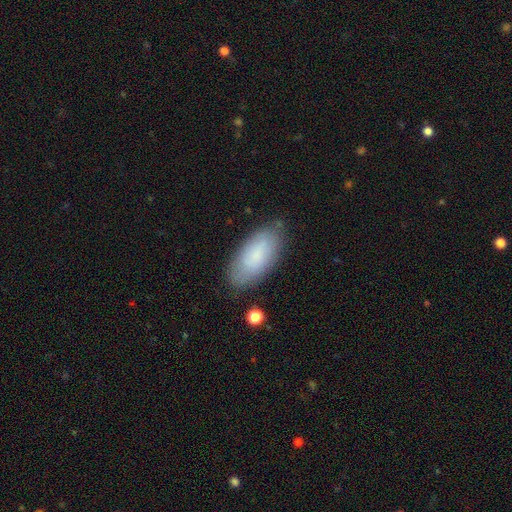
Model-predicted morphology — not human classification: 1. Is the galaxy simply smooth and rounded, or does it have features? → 77% smooth, 16% featured or disk, 7% star or artifact.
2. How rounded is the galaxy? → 90% in between, 8% cigar-shaped, 2% round.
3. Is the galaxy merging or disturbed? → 79% none, 15% minor disturbance, 4% major disturbance, 2% merger.